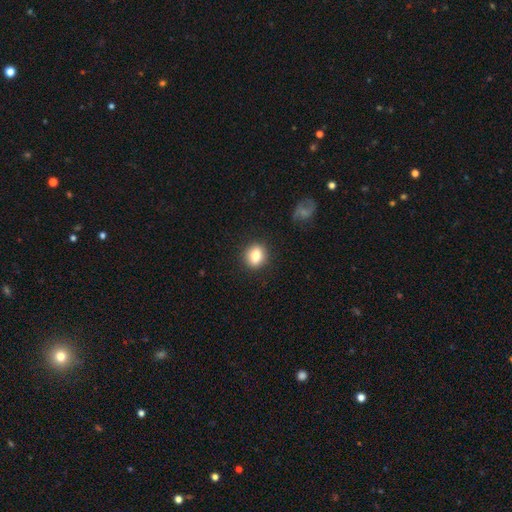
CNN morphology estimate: This appears to be a smooth galaxy with no disk features (82%) that is round (62%). Merging: none (88%).